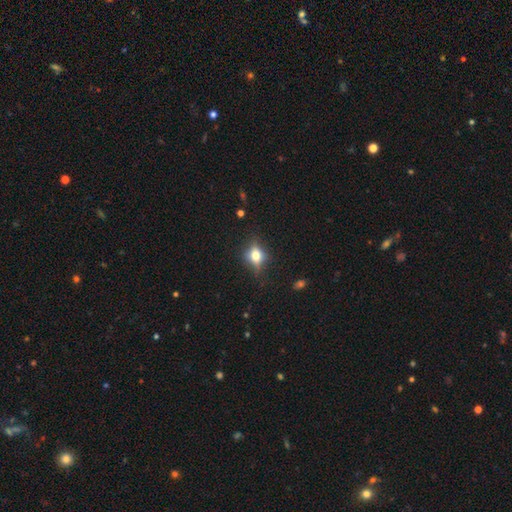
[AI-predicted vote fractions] A smooth galaxy with no disk features (56%) that is round (49%).

Vote fractions:
- Smooth or featured? smooth: 56% / featured or disk: 30% / star or artifact: 13%
- How rounded? round: 49% / in between: 46% / cigar-shaped: 5%
- Merging? none: 73% / minor disturbance: 18% / major disturbance: 7% / merger: 2%